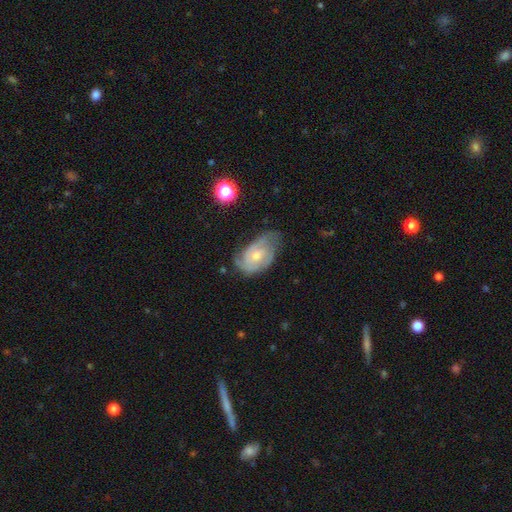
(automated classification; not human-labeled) The model was most divided on "bulge size": moderate: 48%, small: 45%, none: 3%, large: 3%, dominant: 1%. Remaining: edge-on disk — no (96%); spiral arms — yes (88%); bar — no (72%); smooth or featured — featured or disk (72%); spiral winding — tight (52%); merging — none (46%); spiral arm count — 2 (39%).